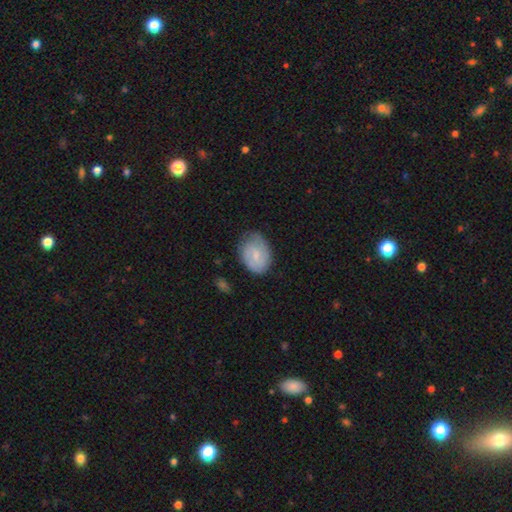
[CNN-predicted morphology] type=smooth (55%); roundness=in between (70%); merging=none (61%).